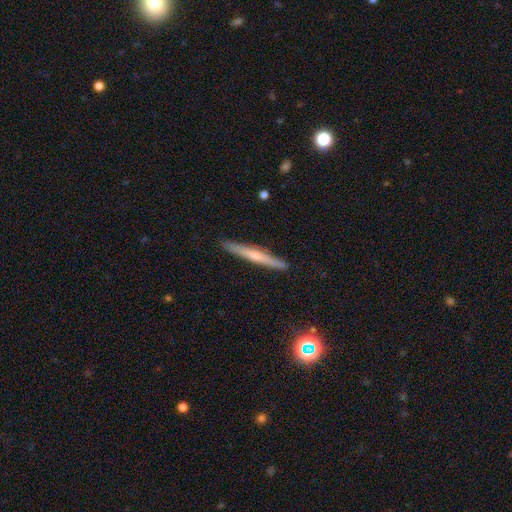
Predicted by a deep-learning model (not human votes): smooth_or_featured: featured or disk (p=0.56) [alt: smooth p=0.38]
disk_edge_on: yes (p=0.96) [alt: no p=0.04]
edge_on_bulge: rounded (p=0.65) [alt: none p=0.31]
merging: none (p=0.91) [alt: minor disturbance p=0.06]